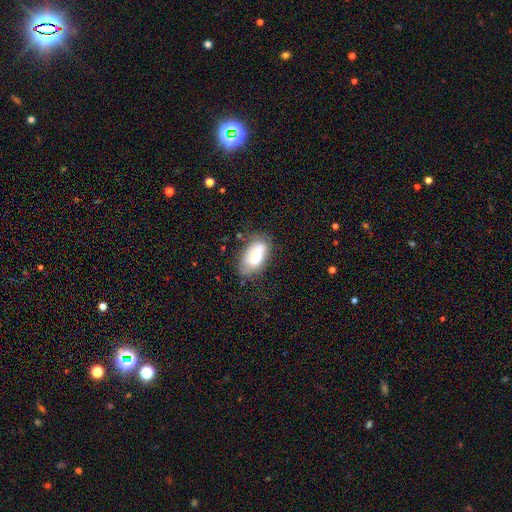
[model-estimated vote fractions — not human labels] smooth-or-featured: smooth: 63% | featured or disk: 30% | star or artifact: 8%
  how-rounded: in between: 92% | round: 5% | cigar-shaped: 3%
  merging: none: 57% | minor disturbance: 27% | major disturbance: 10% | merger: 7%